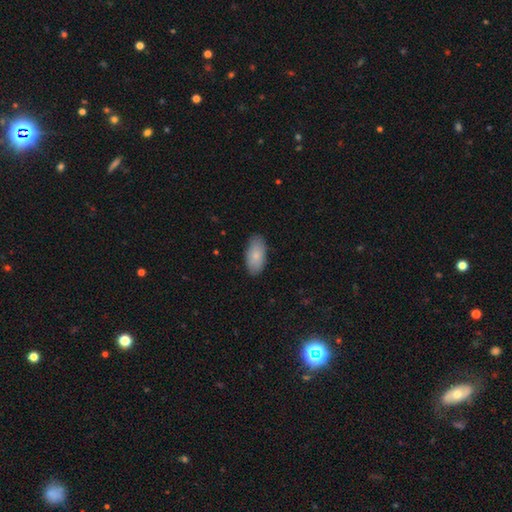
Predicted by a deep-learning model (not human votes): Smooth or featured? smooth (84%)
How rounded? in between (94%)
Merging? none (85%)